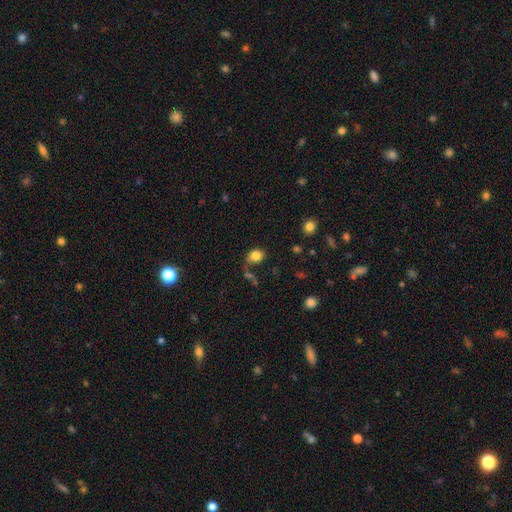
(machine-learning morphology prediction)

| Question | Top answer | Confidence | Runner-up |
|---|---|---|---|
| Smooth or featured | smooth | 82% | star or artifact (10%) |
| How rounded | in between | 57% | round (42%) |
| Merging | none | 60% | minor disturbance (21%) |